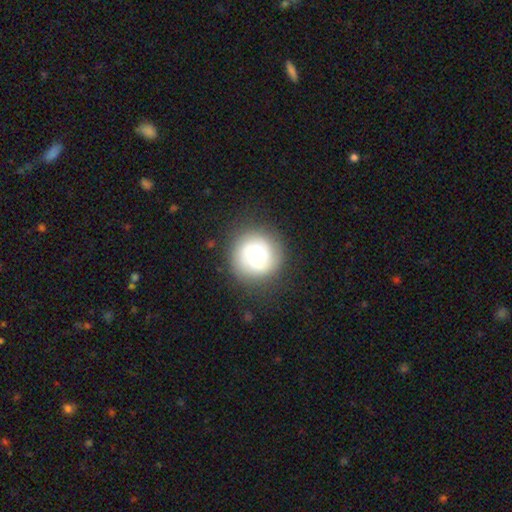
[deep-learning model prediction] A featured or disk galaxy (55%) with no bar (71%), spiral arms (87%) and a small central bulge (43%, tied with moderate).

Vote fractions:
- Smooth or featured? featured or disk: 55% / smooth: 38% / star or artifact: 8%
- Edge-on disk? no: 98% / yes: 2%
- Bar? no: 71% / weak: 25% / strong: 4%
- Spiral arms? yes: 87% / no: 13%
- Bulge size? small: 43% (tied) / moderate: 43% (tied) / large: 9% / dominant: 3% / none: 2%
- Merging? none: 83% / minor disturbance: 11% / major disturbance: 5% / merger: 1%